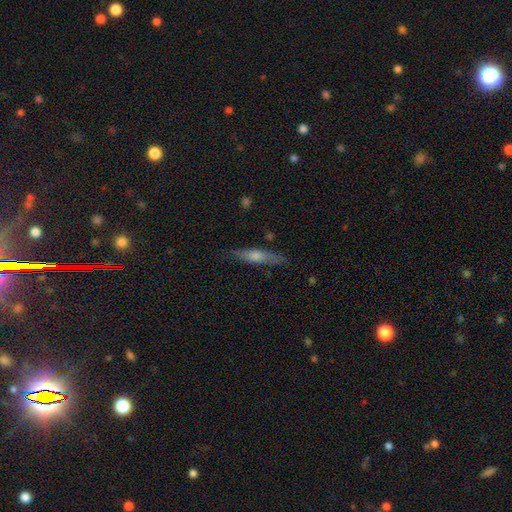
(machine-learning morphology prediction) This appears to be a smooth galaxy with no disk features (48%). Merging: none (81%).